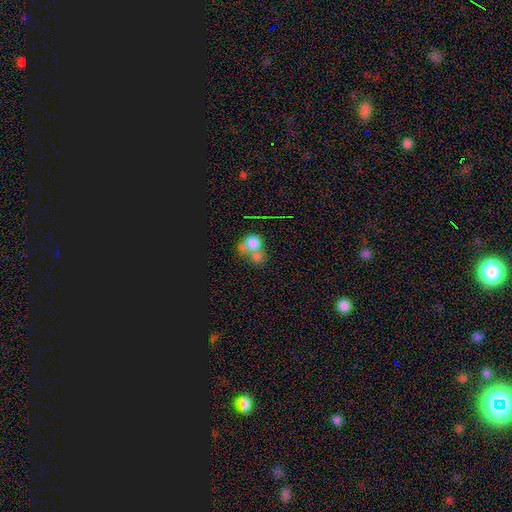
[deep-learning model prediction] Morphology: type=smooth (56%); roundness=round (67%); merging=merger (57%).